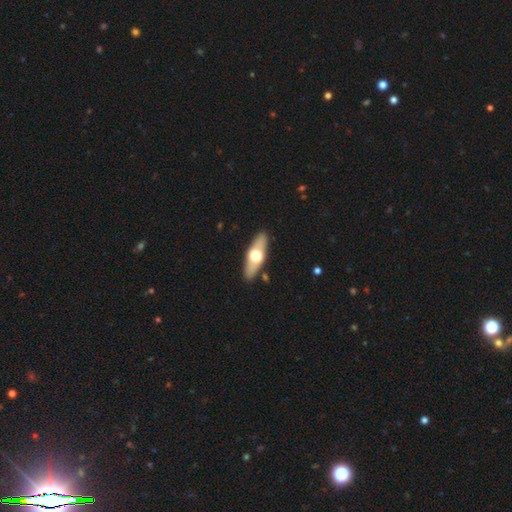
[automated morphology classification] Smooth or featured? Predicted: featured or disk (p=0.49). Merging? Predicted: none (p=0.89).